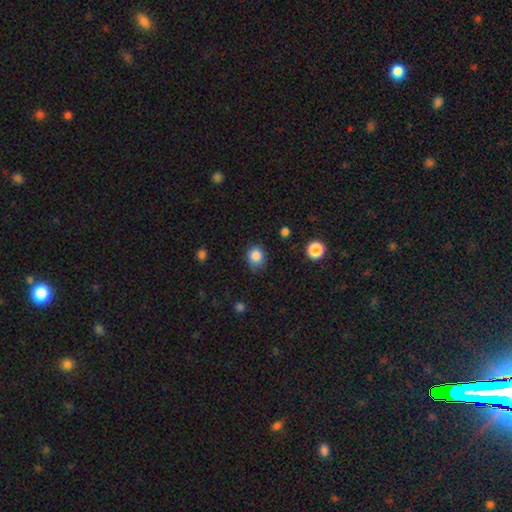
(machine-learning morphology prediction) smooth-or-featured: smooth: 85% | star or artifact: 11% | featured or disk: 4%
  how-rounded: round: 82% | in between: 17% | cigar-shaped: 1%
  merging: none: 75% | minor disturbance: 19% | major disturbance: 4% | merger: 2%